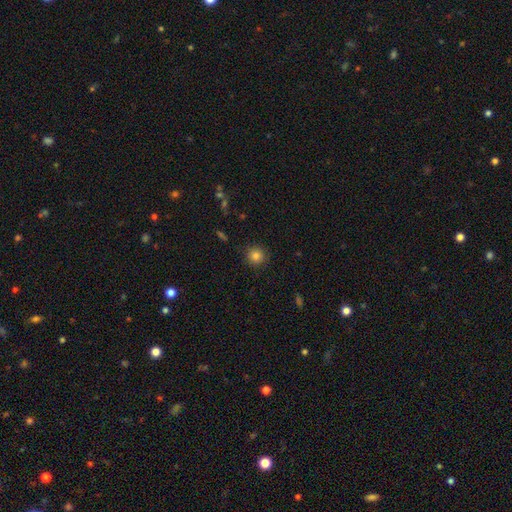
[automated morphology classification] This is clearly a smooth galaxy (82%). How rounded: clearly round (94%). Merging: clearly none (90%).